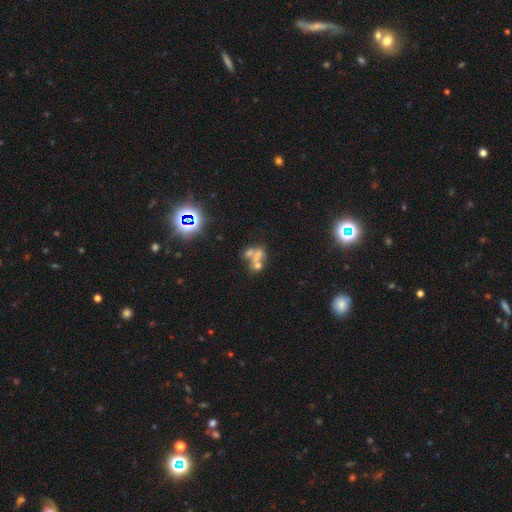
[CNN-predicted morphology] Smooth or featured: smooth — 44% (featured or disk — 32%)
Merging: merger — 57% (none — 24%)